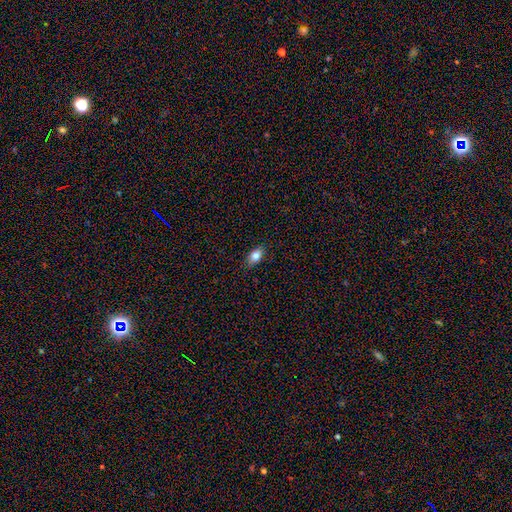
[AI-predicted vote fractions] Smooth or featured?
  - smooth: 81% *
  - featured or disk: 11%
  - star or artifact: 9%
How rounded?
  - in between: 87% *
  - round: 9%
  - cigar-shaped: 4%
Merging?
  - none: 87% *
  - minor disturbance: 10%
  - major disturbance: 2%
  - merger: 1%